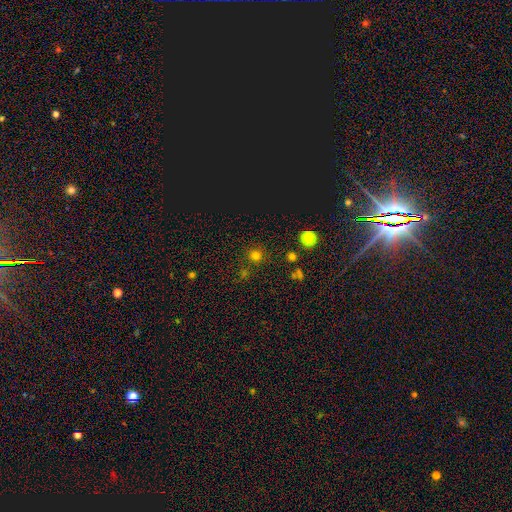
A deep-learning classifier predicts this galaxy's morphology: Smooth or featured? Predicted: smooth (p=0.69). How rounded? Predicted: round (p=0.94). Merging? Predicted: none (p=0.84).